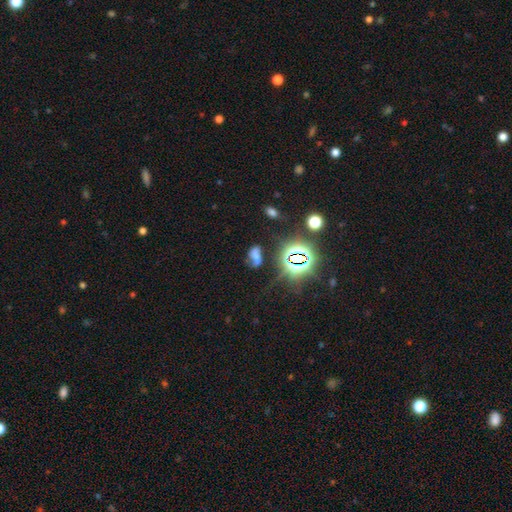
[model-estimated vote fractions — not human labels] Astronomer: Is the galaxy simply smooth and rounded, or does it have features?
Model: smooth — 41% (runner-up: star or artifact, 35%).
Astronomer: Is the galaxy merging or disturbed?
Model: none — 40% (runner-up: minor disturbance, 22%).